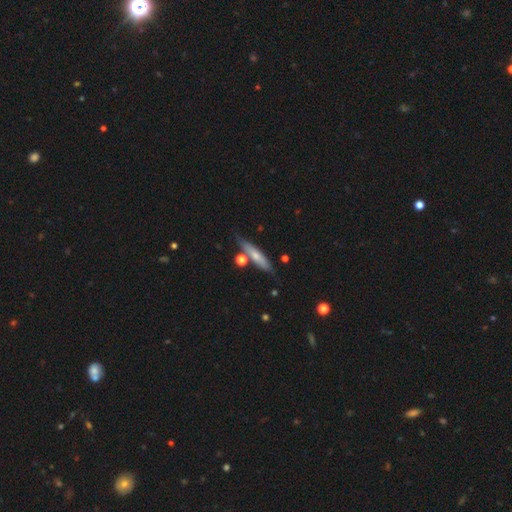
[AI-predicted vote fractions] Morphology: type=smooth (61%); roundness=cigar-shaped (83%); merging=none (74%).